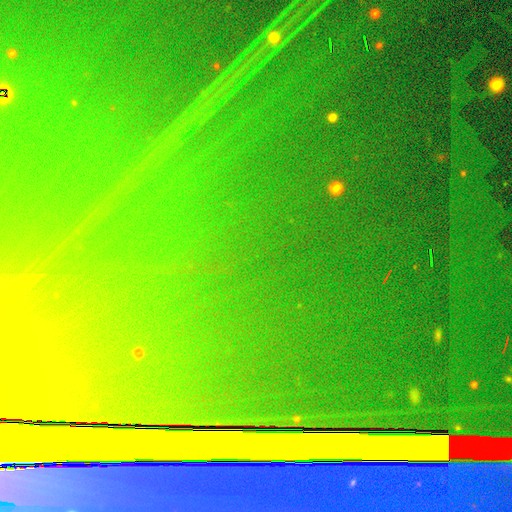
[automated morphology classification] star or artifact 84%, smooth 9%, featured or disk 7%.